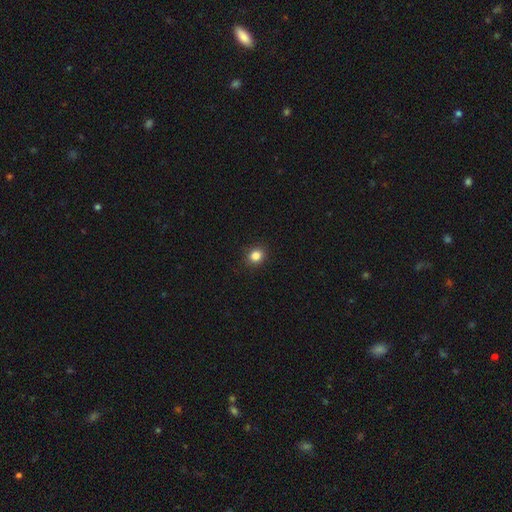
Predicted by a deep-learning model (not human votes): smooth-or-featured: smooth: 83% | star or artifact: 12% | featured or disk: 5%
  how-rounded: round: 73% | in between: 26% | cigar-shaped: 1%
  merging: none: 90% | minor disturbance: 7% | major disturbance: 2% | merger: 1%